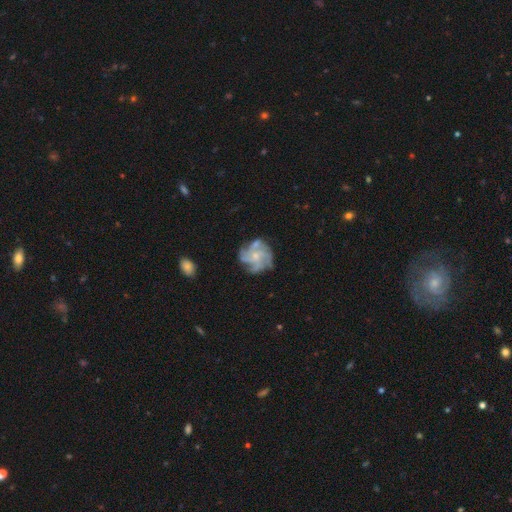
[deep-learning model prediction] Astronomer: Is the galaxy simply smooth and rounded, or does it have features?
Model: featured or disk — 79%.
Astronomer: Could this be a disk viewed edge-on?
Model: no — 98%.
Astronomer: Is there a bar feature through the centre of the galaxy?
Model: no — 74%.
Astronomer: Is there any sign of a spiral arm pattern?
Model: yes — 92%.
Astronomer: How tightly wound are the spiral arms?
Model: medium — 42% (runner-up: tight, 40%).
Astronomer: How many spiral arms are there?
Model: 4 — 38% (runner-up: can't tell, 21%).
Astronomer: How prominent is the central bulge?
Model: small — 59%.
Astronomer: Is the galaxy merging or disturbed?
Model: none — 69%.